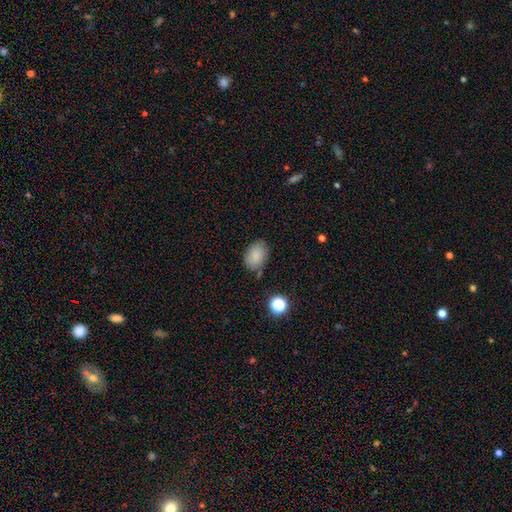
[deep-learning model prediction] Overall: smooth (85%). How rounded: in between (80%). Merging: none (73%).